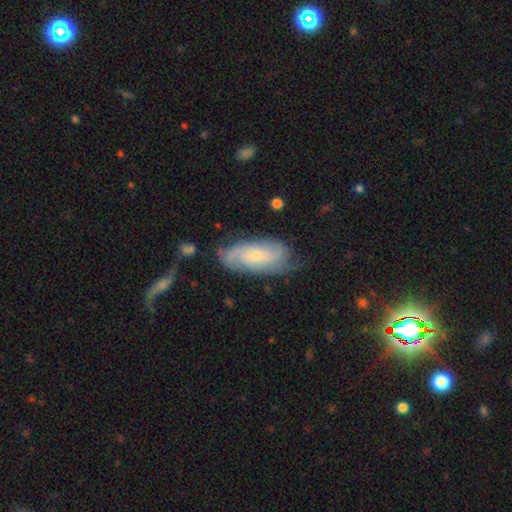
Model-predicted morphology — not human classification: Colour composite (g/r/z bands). It shows a featured or disk galaxy (65%) with no bar (65%), 2 (44%) tight (46%) spiral arms (90%) and a small central bulge (69%). Merging: none (66%).